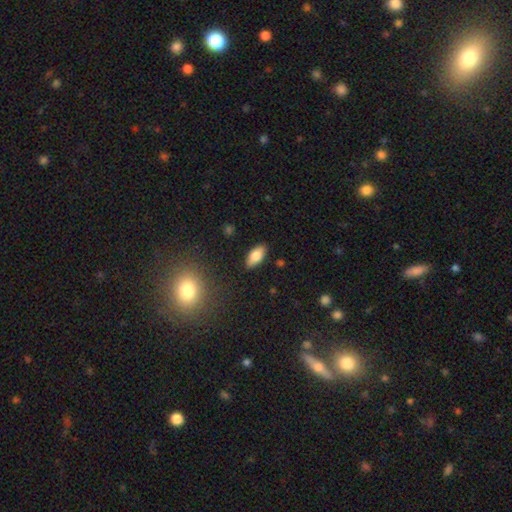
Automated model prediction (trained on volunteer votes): smooth_or_featured: smooth (p=0.79) [alt: featured or disk p=0.13]
how_rounded: in between (p=0.90) [alt: cigar-shaped p=0.07]
merging: none (p=0.87) [alt: minor disturbance p=0.10]